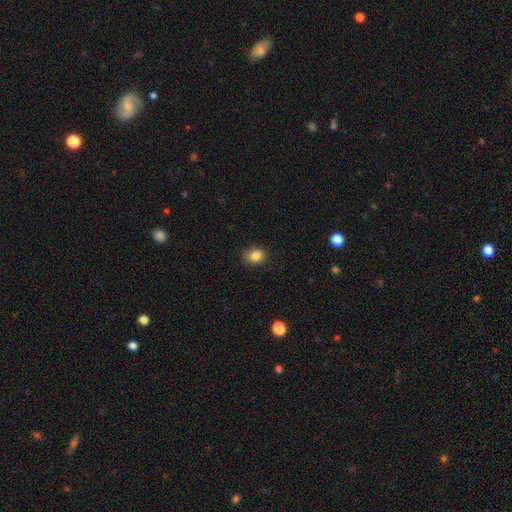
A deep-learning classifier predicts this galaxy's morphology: smooth-or-featured: smooth: 84% | star or artifact: 11% | featured or disk: 6%
  how-rounded: round: 57% | in between: 42% | cigar-shaped: 1%
  merging: none: 84% | minor disturbance: 12% | major disturbance: 2% | merger: 1%